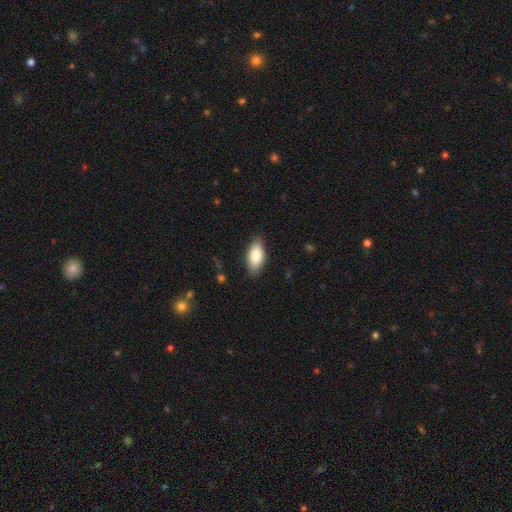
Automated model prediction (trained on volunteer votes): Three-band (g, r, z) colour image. It shows a smooth galaxy with no disk features (81%) that is in between round and cigar-shaped (88%). Merging: none (86%).